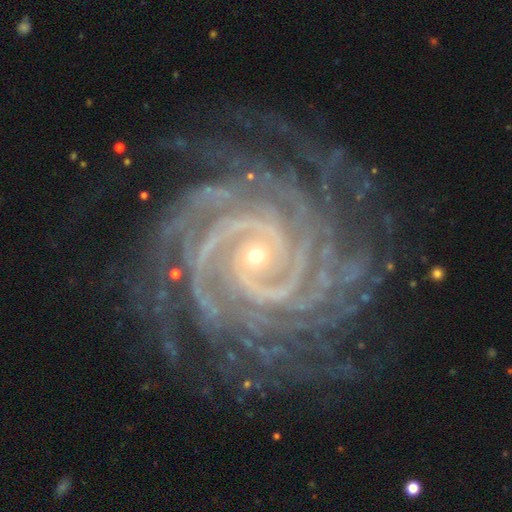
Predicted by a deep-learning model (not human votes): A featured or disk galaxy (94%) with no bar (50%), more than 4 (27%) tight (85%) spiral arms (99%) and a small central bulge (81%).

Vote fractions:
- Smooth or featured? featured or disk: 94% / star or artifact: 4% / smooth: 2%
- Edge-on disk? no: 98% / yes: 2%
- Bar? no: 50% / weak: 29% / strong: 21%
- Spiral arms? yes: 99% / no: 1%
- Spiral winding? tight: 85% / medium: 13% / loose: 2%
- Spiral arm count? more than 4: 27% / 4: 19% / 2: 17% / 3: 14% / can't tell: 14% / 1: 10%
- Bulge size? small: 81% / moderate: 16% / large: 1% / none: 1% / dominant: 1%
- Merging? none: 79% / minor disturbance: 14% / major disturbance: 6% / merger: 1%